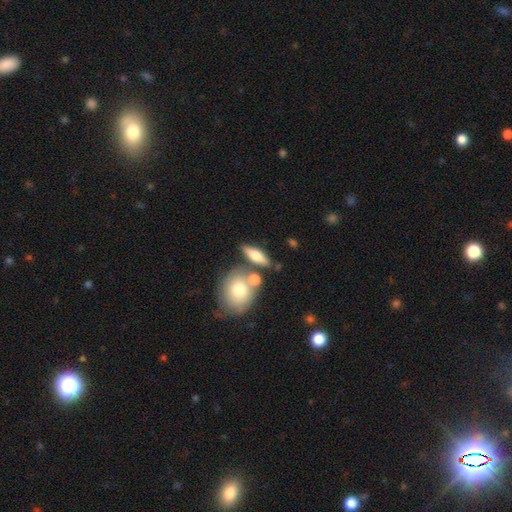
Smooth or featured: featured or disk — 50% (smooth — 42%)
Edge-on disk: yes — 70% (no — 30%)
Edge-on bulge: rounded — 86% (boxy — 14%)
Merging: none — 54% (minor disturbance — 16%)